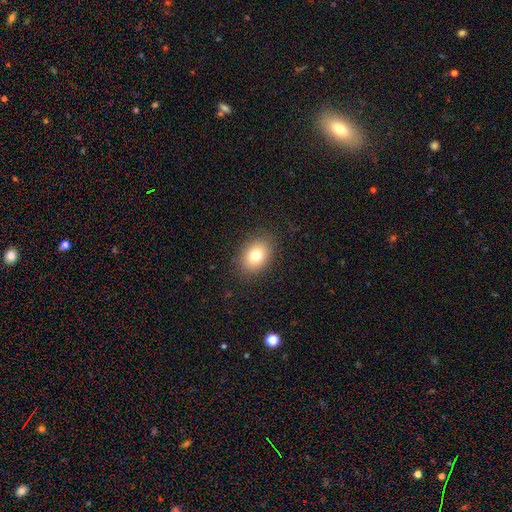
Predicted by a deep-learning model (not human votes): This appears to be a smooth galaxy with no disk features (77%) that is in between round and cigar-shaped (69%). Merging: none (87%).